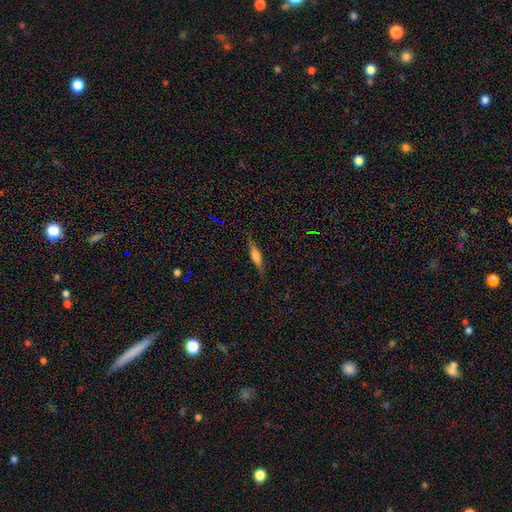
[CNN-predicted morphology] Overall: smooth (48%; featured or disk 43%). Merging: none (81%).